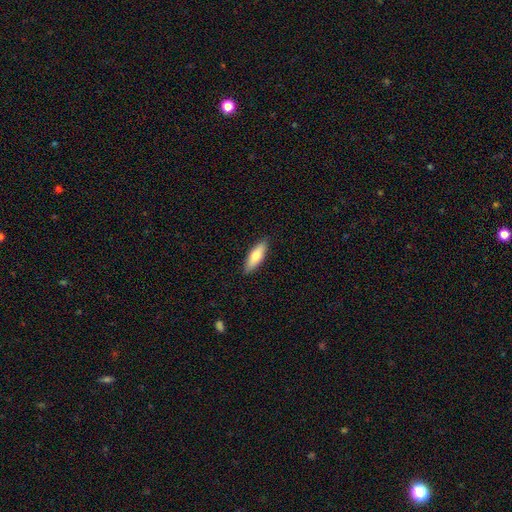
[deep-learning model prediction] smooth 72%, featured or disk 23%, star or artifact 6%. Down the decision tree: how rounded — in between (51%); merging — none (88%).